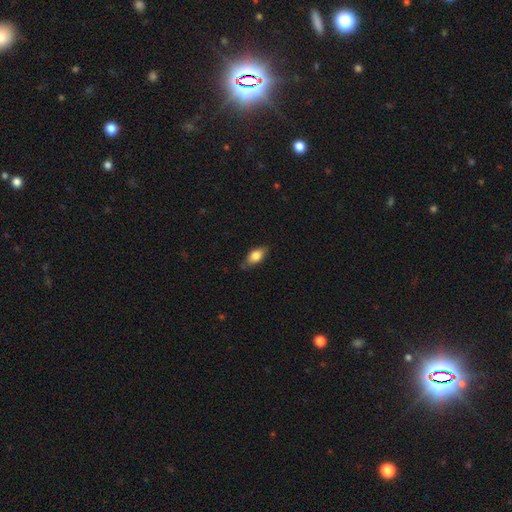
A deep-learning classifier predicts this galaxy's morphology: smooth_or_featured: smooth (p=0.76) [alt: featured or disk p=0.17]
how_rounded: in between (p=0.84) [alt: cigar-shaped p=0.10]
merging: none (p=0.74) [alt: minor disturbance p=0.21]